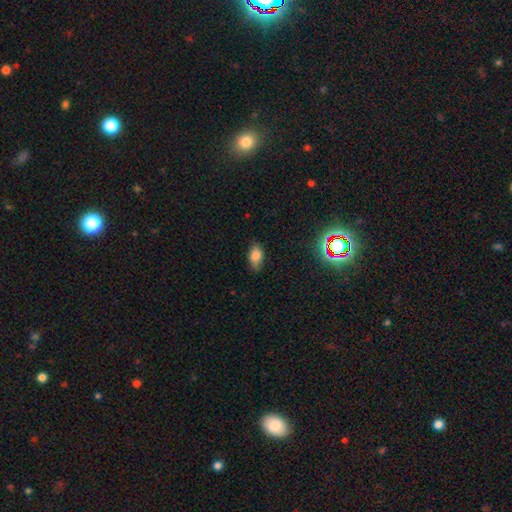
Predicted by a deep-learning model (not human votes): Smooth or featured? smooth (79%)
How rounded? in between (90%)
Merging? none (79%)